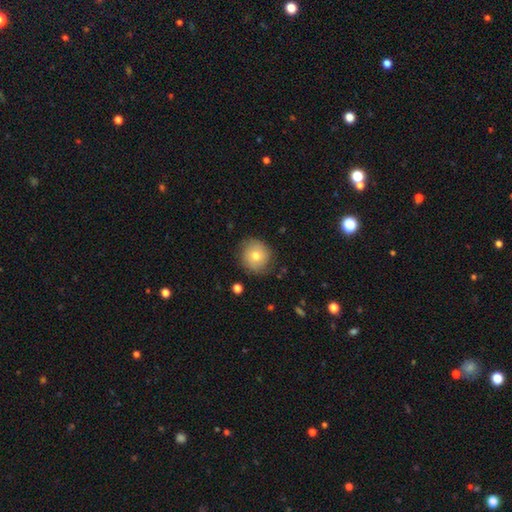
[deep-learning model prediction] This is likely a smooth galaxy (72%). How rounded: clearly round (88%). Merging: clearly none (81%).